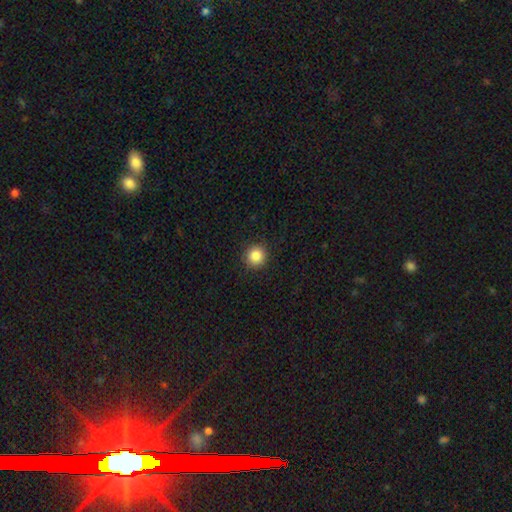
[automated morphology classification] Smooth or featured? Predicted: smooth (p=0.86). How rounded? Predicted: round (p=0.94). Merging? Predicted: none (p=0.92).